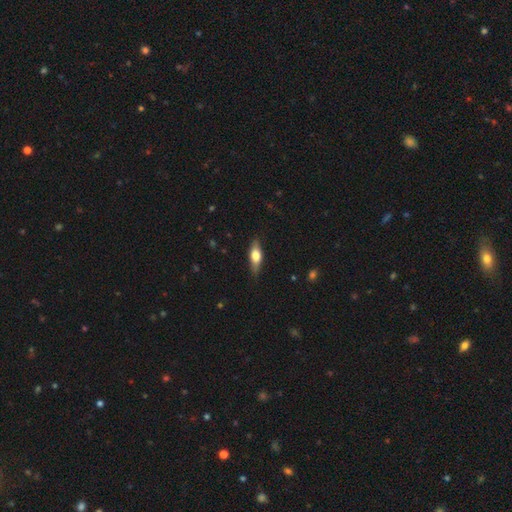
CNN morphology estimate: Smooth or featured? smooth (57%)
How rounded? in between (58%)
Merging? none (84%)